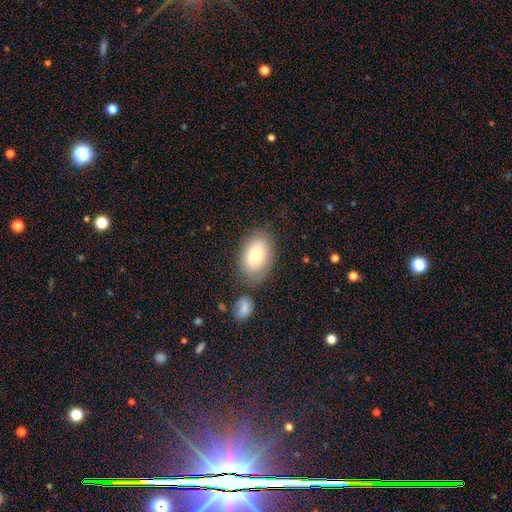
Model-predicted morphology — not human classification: smooth-or-featured: smooth: 72% | featured or disk: 21% | star or artifact: 7%
  how-rounded: in between: 86% | round: 13% | cigar-shaped: 1%
  merging: none: 70% | minor disturbance: 16% | merger: 9% | major disturbance: 5%